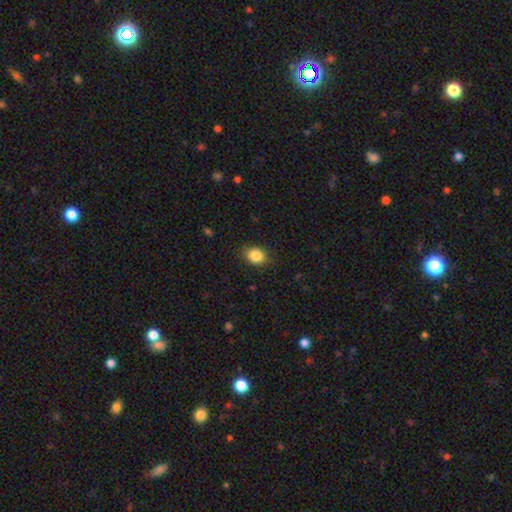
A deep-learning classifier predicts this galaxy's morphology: smooth-or-featured: smooth: 86% | star or artifact: 9% | featured or disk: 5%
  how-rounded: in between: 61% | round: 37% | cigar-shaped: 1%
  merging: none: 85% | minor disturbance: 12% | major disturbance: 3% | merger: 1%